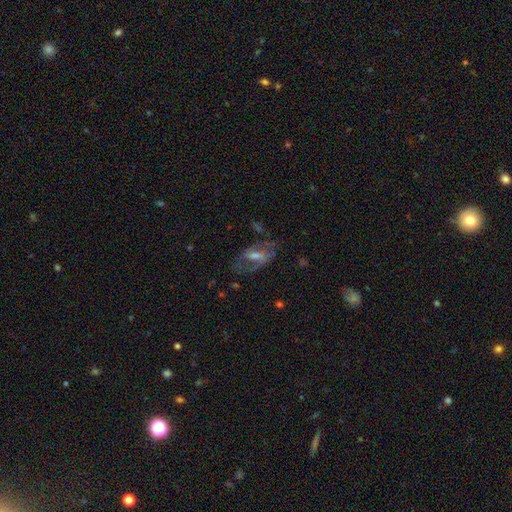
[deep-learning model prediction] Morphology: type=featured or disk (64%); edge-on=no (89%); bar=weak (42%); spiral arms=yes (61%); bulge=moderate (43%); merging=none (61%).